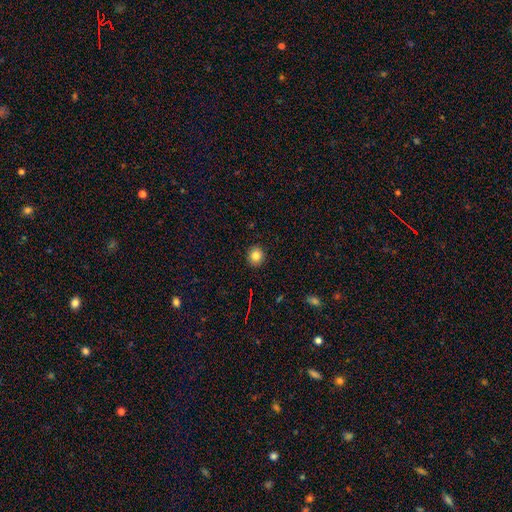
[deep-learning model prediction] Morphology: type=smooth (83%); roundness=round (88%); merging=none (92%).